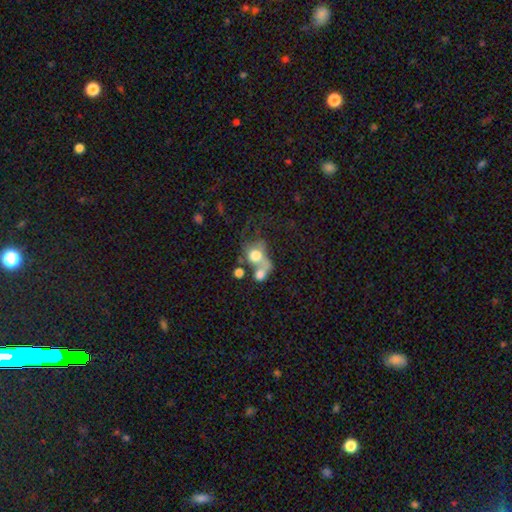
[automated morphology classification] smooth-or-featured: smooth: 64% | featured or disk: 25% | star or artifact: 11%
  how-rounded: round: 59% | in between: 39% | cigar-shaped: 2%
  merging: merger: 58% | major disturbance: 17% | none: 17% | minor disturbance: 8%